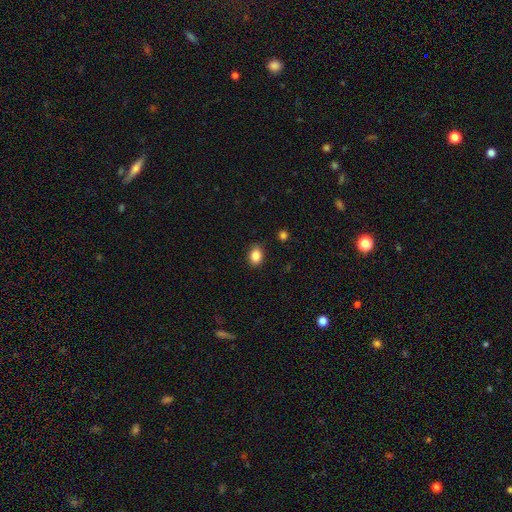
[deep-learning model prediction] A smooth galaxy with no disk features (86%) that is in between round and cigar-shaped (68%).

Vote fractions:
- Smooth or featured? smooth: 86% / star or artifact: 9% / featured or disk: 4%
- How rounded? in between: 68% / round: 31% / cigar-shaped: 1%
- Merging? none: 88% / minor disturbance: 9% / major disturbance: 2% / merger: 1%